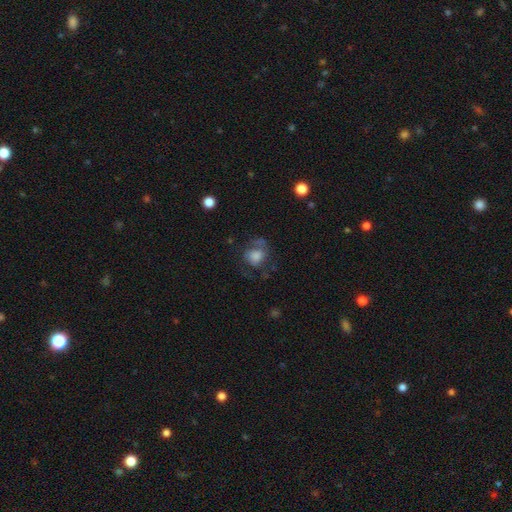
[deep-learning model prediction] Smooth or featured?
  - smooth: 57% *
  - featured or disk: 30%
  - star or artifact: 12%
How rounded?
  - round: 67% *
  - in between: 32%
  - cigar-shaped: 1%
Merging?
  - none: 48% *
  - major disturbance: 24%
  - minor disturbance: 22%
  - merger: 5%